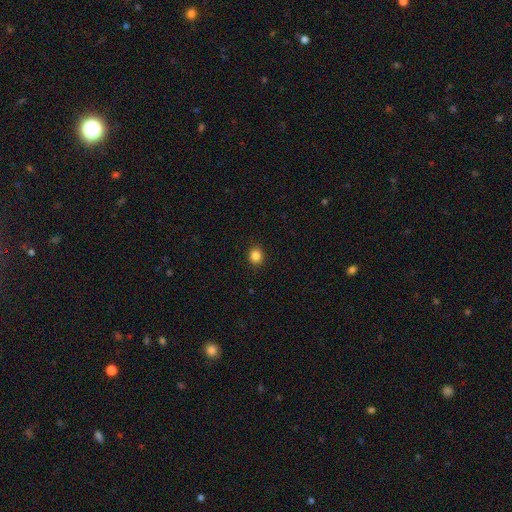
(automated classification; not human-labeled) smooth_or_featured: smooth (p=0.85) [alt: star or artifact p=0.11]
how_rounded: round (p=0.81) [alt: in between p=0.18]
merging: none (p=0.91) [alt: minor disturbance p=0.06]